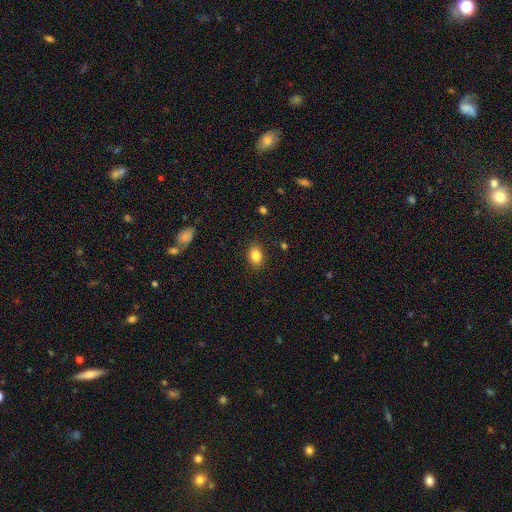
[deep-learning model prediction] smooth 83%, star or artifact 9%, featured or disk 8%. Down the decision tree: how rounded — in between (72%); merging — none (85%).